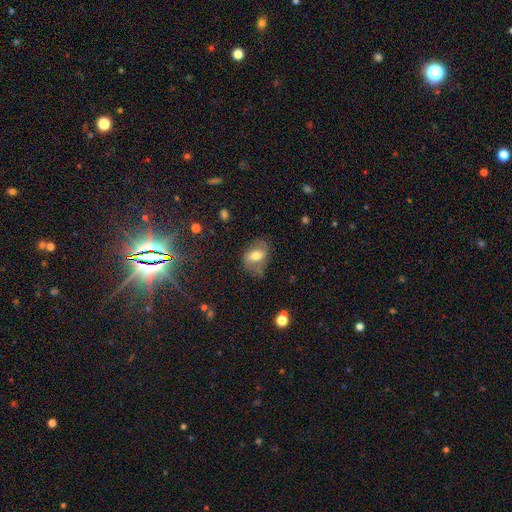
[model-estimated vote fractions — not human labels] This appears to be a smooth galaxy with no disk features (57%) that is in between round and cigar-shaped (77%). Merging: none (59%).